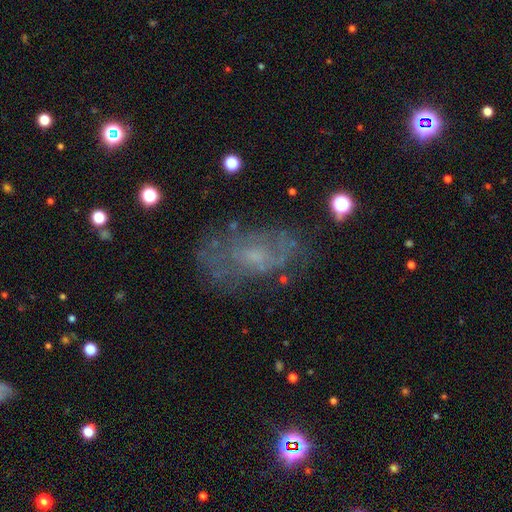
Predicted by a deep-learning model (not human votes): smooth_or_featured: featured or disk (p=0.59) [alt: smooth p=0.28]
disk_edge_on: no (p=0.94) [alt: yes p=0.06]
bar: no (p=0.68) [alt: weak p=0.28]
has_spiral_arms: yes (p=0.59) [alt: no p=0.41]
bulge_size: small (p=0.50) [alt: moderate p=0.25]
merging: none (p=0.64) [alt: minor disturbance p=0.20]